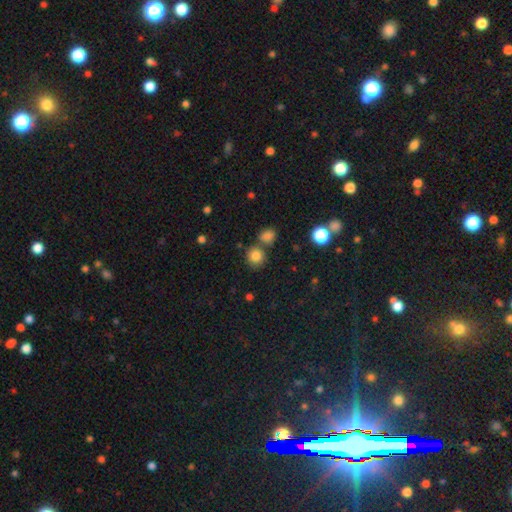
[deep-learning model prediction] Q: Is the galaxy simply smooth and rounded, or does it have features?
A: smooth — 81%.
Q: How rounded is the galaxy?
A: round — 86%.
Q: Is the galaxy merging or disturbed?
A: none — 67%.